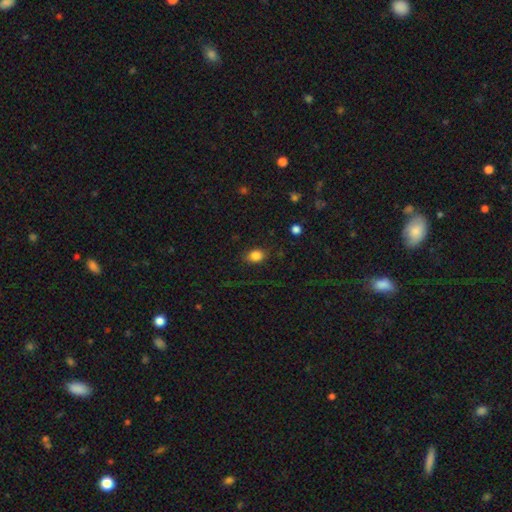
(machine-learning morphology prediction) Smooth or featured: smooth — 84% (star or artifact — 10%)
How rounded: in between — 62% (round — 36%)
Merging: none — 82% (minor disturbance — 13%)